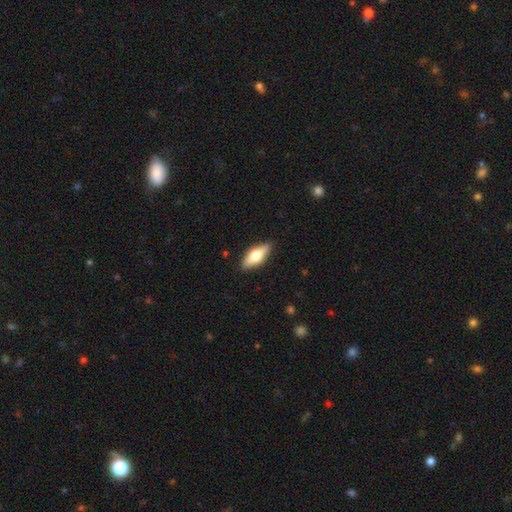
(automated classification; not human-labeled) This appears to be a smooth galaxy with no disk features (60%) that is in between round and cigar-shaped (72%). Merging: none (88%).